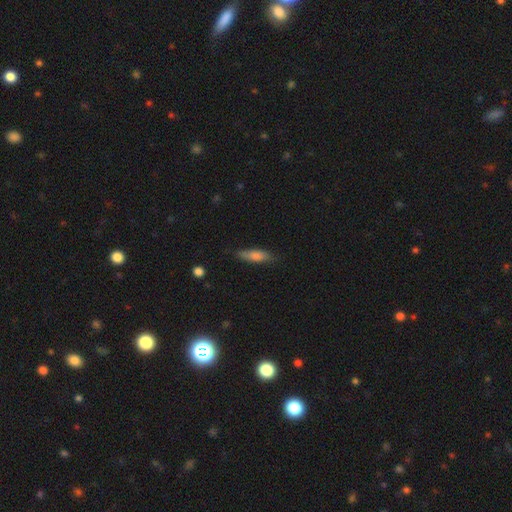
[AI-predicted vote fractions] Q: Smooth or featured?
A: smooth (69%); runner-up: featured or disk (22%)
Q: How rounded?
A: cigar-shaped (60%); runner-up: in between (38%)
Q: Merging?
A: none (79%); runner-up: minor disturbance (16%)